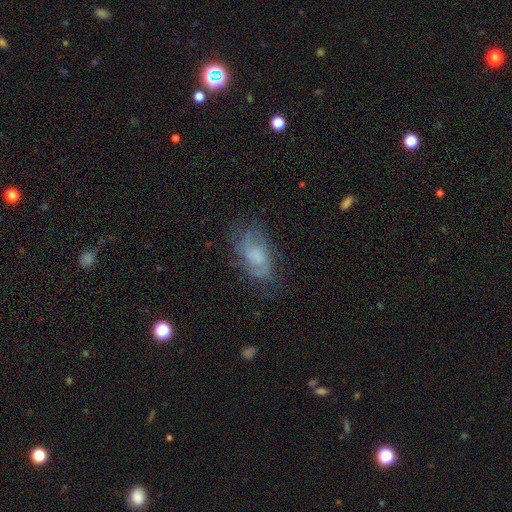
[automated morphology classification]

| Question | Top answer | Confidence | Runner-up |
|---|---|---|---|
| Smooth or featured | featured or disk | 53% | smooth (37%) |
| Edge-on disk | no | 93% | yes (7%) |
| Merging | none | 63% | minor disturbance (22%) |